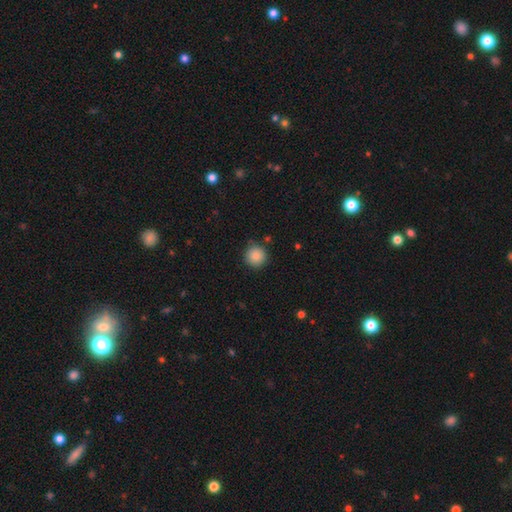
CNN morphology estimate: Q: Smooth or featured?
A: smooth (87%); runner-up: star or artifact (9%)
Q: How rounded?
A: round (95%); runner-up: in between (4%)
Q: Merging?
A: none (87%); runner-up: minor disturbance (9%)